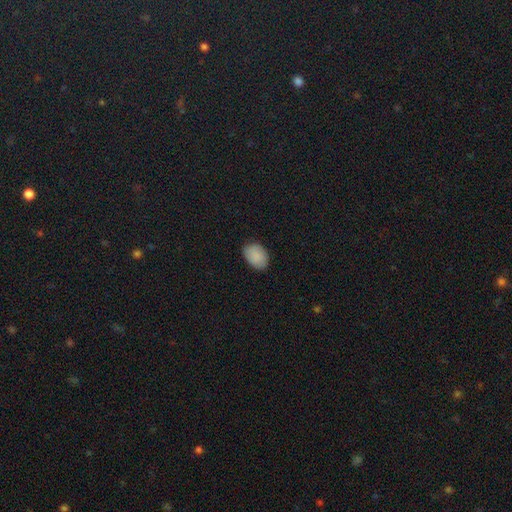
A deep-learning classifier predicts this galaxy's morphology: Smooth or featured: smooth — 88% (star or artifact — 7%)
How rounded: in between — 81% (round — 18%)
Merging: none — 83% (minor disturbance — 14%)